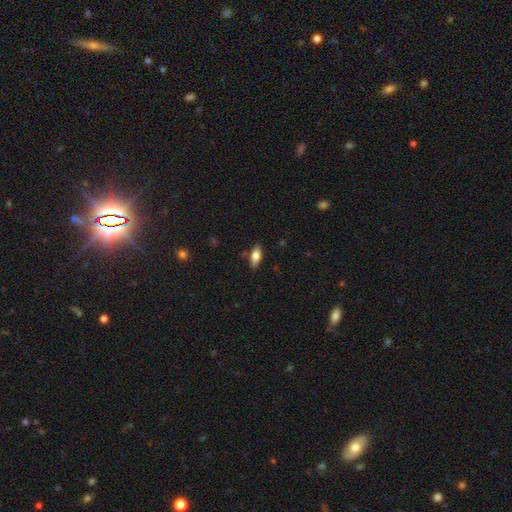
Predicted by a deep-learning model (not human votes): smooth_or_featured: smooth (p=0.67) [alt: featured or disk p=0.26]
how_rounded: in between (p=0.76) [alt: cigar-shaped p=0.21]
merging: none (p=0.84) [alt: minor disturbance p=0.12]